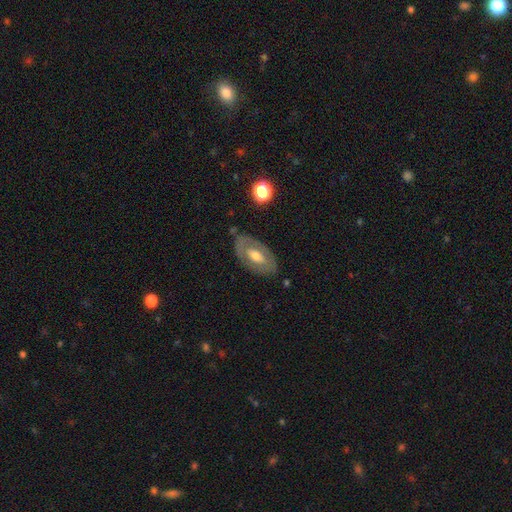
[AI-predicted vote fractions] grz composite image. It shows a featured or disk galaxy (57%) with no bar (62%), no spiral arms (74%) and a moderate central bulge (65%). Merging: none (76%).